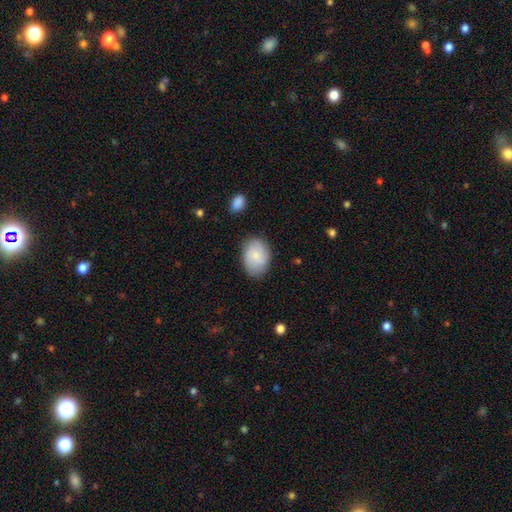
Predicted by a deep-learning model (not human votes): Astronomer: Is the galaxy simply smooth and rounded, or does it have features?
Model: smooth — 70%.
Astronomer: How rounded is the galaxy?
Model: in between — 76%.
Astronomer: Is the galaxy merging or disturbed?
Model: none — 80%.